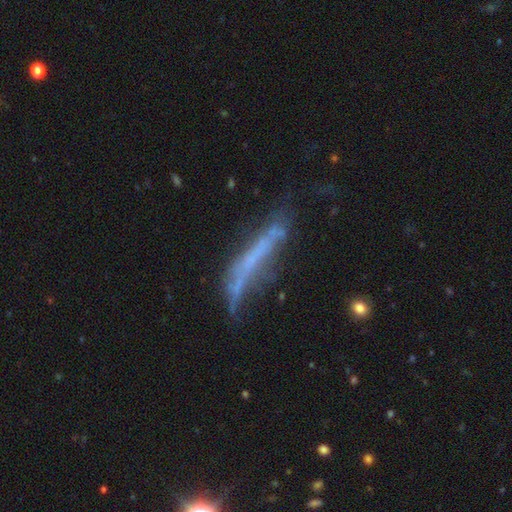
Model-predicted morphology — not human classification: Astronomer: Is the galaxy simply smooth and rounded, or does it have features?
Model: featured or disk — 51% (runner-up: smooth, 34%).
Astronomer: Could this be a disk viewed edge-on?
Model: yes — 72%.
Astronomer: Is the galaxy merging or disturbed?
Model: none — 50% (runner-up: minor disturbance, 27%).